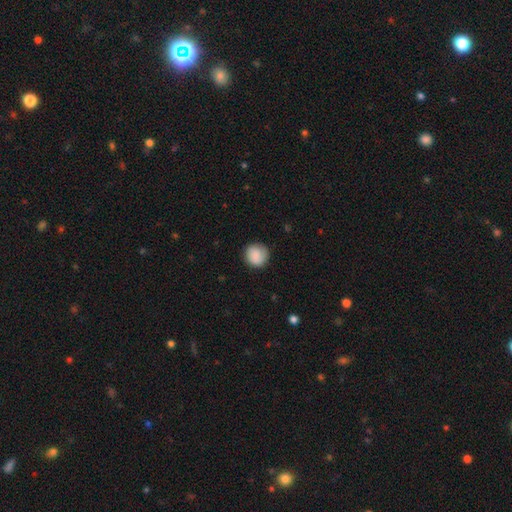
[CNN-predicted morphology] Smooth or featured? Predicted: smooth (p=0.85). How rounded? Predicted: round (p=0.89). Merging? Predicted: none (p=0.82).